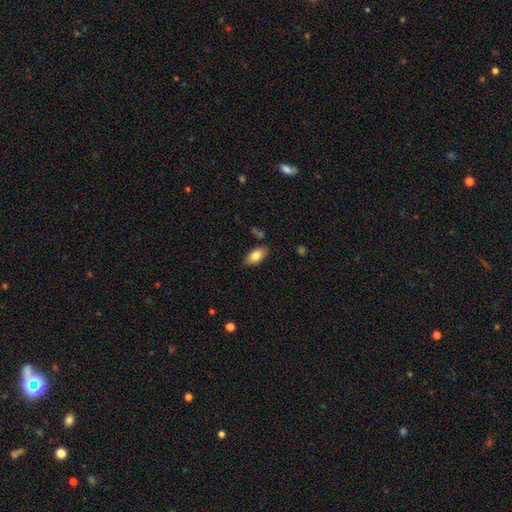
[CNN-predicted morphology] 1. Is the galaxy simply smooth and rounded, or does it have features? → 78% smooth, 14% featured or disk, 7% star or artifact.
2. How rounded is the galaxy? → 91% in between, 6% cigar-shaped, 4% round.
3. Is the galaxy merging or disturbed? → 82% none, 13% minor disturbance, 3% major disturbance, 2% merger.